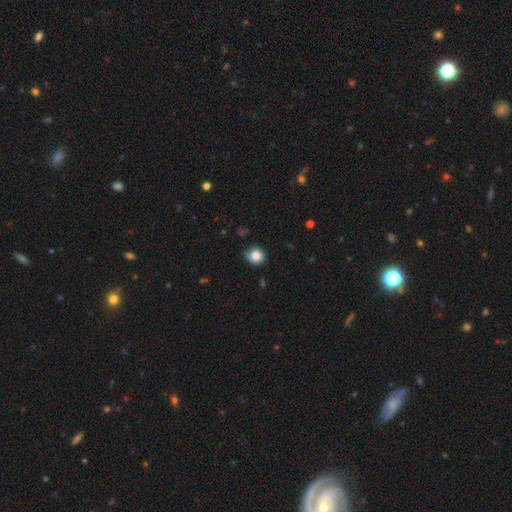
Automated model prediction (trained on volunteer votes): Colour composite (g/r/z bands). It shows a smooth galaxy with no disk features (83%) that is round (82%). Merging: none (64%).